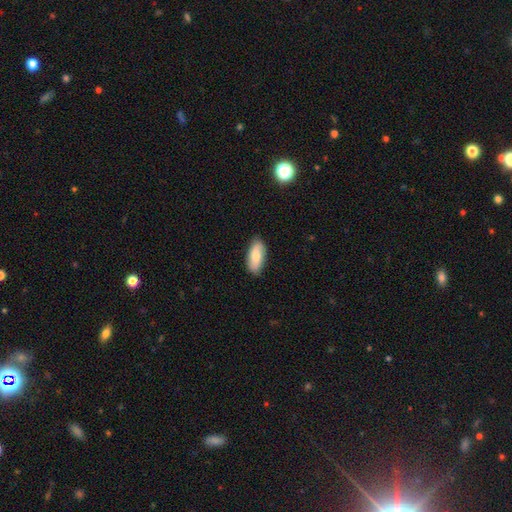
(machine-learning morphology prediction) smooth 68%, featured or disk 26%, star or artifact 6%. Down the decision tree: how rounded — in between (87%); merging — none (85%).